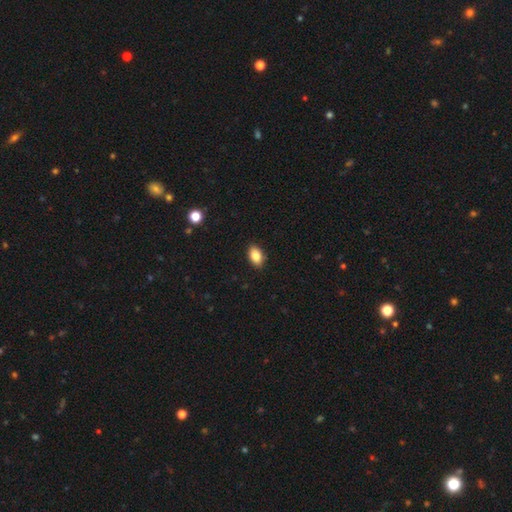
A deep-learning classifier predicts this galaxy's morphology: The model was most divided on "smooth or featured": smooth: 86%, star or artifact: 8%, featured or disk: 6%. More confident: how rounded — in between (90%); merging — none (89%).